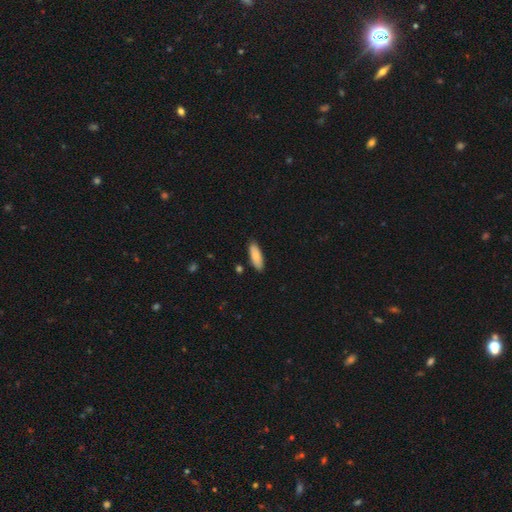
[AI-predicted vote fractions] smooth_or_featured: smooth (p=0.85) [alt: featured or disk p=0.09]
how_rounded: in between (p=0.61) [alt: cigar-shaped p=0.37]
merging: none (p=0.87) [alt: minor disturbance p=0.09]